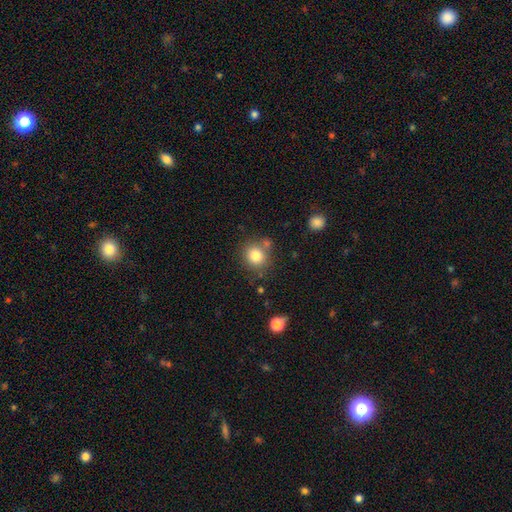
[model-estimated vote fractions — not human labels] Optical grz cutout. It shows a smooth galaxy with no disk features (81%) that is round (84%). Merging: none (72%).